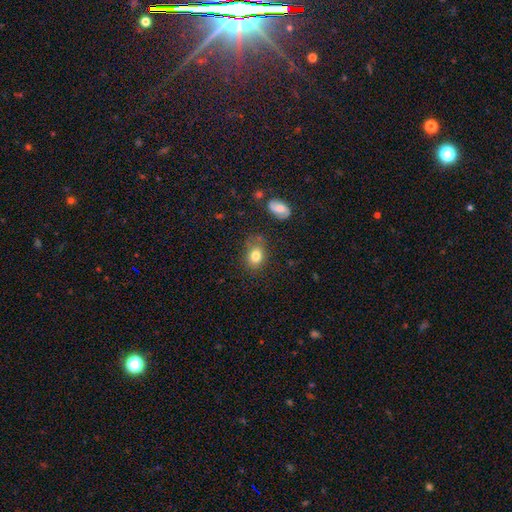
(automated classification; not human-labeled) smooth-or-featured: smooth: 80% | featured or disk: 10% | star or artifact: 10%
  how-rounded: in between: 66% | round: 33% | cigar-shaped: 1%
  merging: none: 70% | minor disturbance: 20% | major disturbance: 5% | merger: 4%